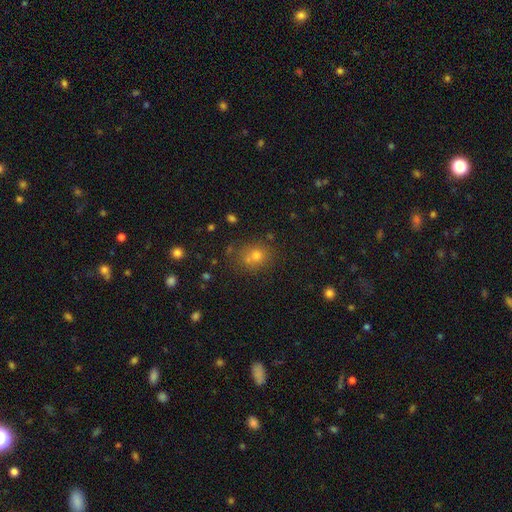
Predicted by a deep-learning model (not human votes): This is likely a smooth galaxy (66%). How rounded: likely round (77%). Merging: likely none (61%).